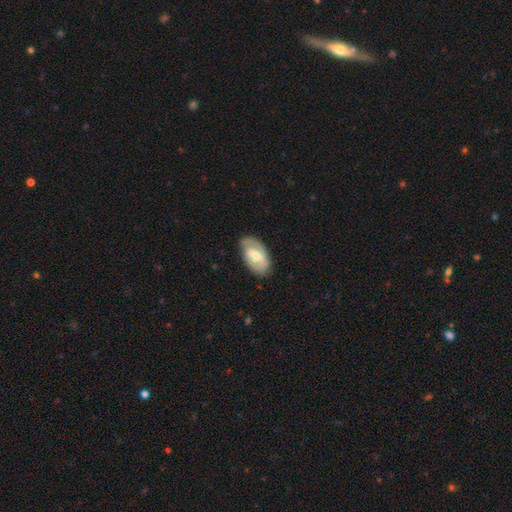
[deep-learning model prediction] Smooth or featured? featured or disk (64%)
Edge-on disk? no (94%)
Bar? weak (50%)
Spiral arms? yes (73%)
Bulge size? moderate (59%)
Merging? none (79%)